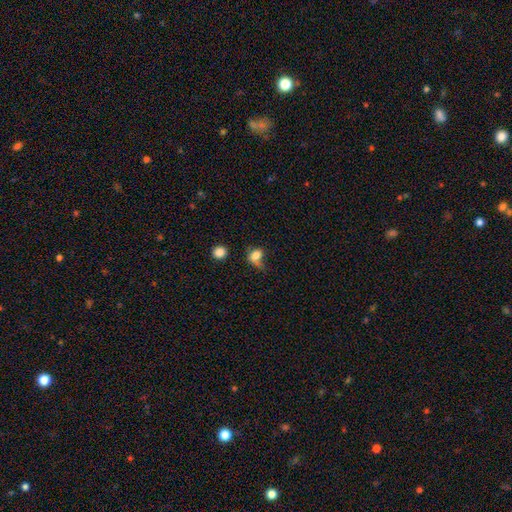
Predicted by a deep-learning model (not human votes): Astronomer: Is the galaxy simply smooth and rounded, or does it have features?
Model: smooth — 75%.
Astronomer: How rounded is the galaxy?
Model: in between — 55% (runner-up: round, 42%).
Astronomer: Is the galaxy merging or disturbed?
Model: none — 32% (runner-up: major disturbance, 31%).